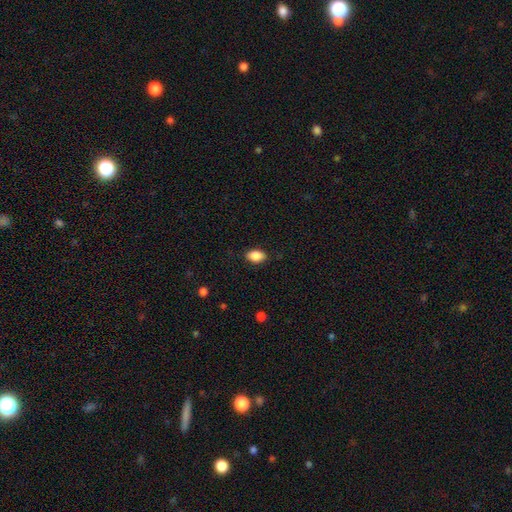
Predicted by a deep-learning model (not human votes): The model was most divided on "merging": none: 86%, minor disturbance: 10%, major disturbance: 2%, merger: 1%. More confident: how rounded — in between (90%); smooth or featured — smooth (87%).